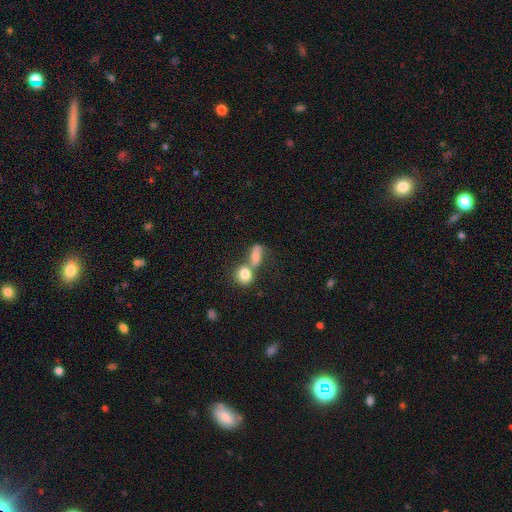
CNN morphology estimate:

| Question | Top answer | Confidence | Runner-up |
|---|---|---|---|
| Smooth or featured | smooth | 73% | featured or disk (16%) |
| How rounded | in between | 63% | round (26%) |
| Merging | merger | 57% | none (26%) |